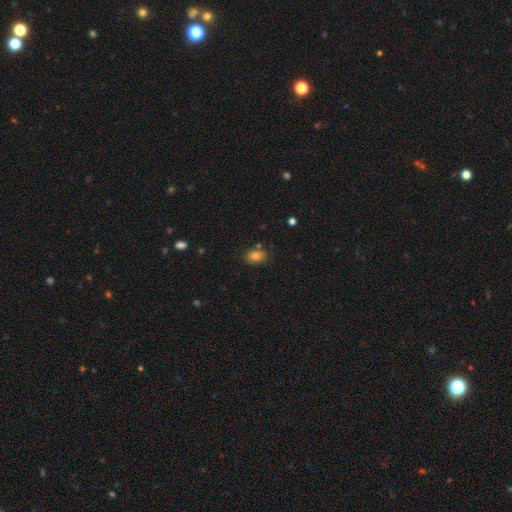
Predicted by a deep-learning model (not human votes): This is clearly a smooth galaxy (83%). How rounded: likely in between (78%). Merging: likely none (77%).